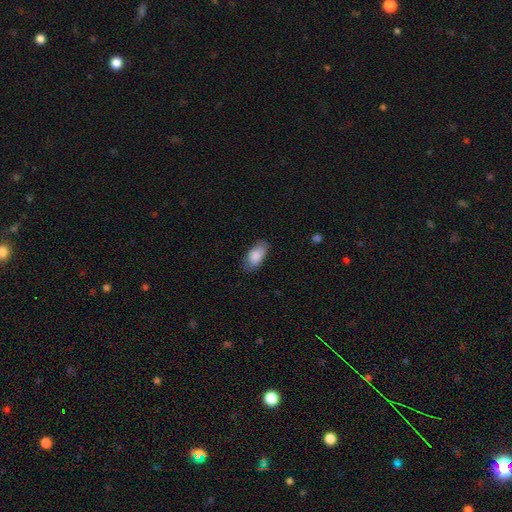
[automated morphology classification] A smooth galaxy with no disk features (86%) that is in between round and cigar-shaped (93%).

Vote fractions:
- Smooth or featured? smooth: 86% / featured or disk: 8% / star or artifact: 6%
- How rounded? in between: 93% / cigar-shaped: 4% / round: 3%
- Merging? none: 80% / minor disturbance: 15% / major disturbance: 3% / merger: 1%